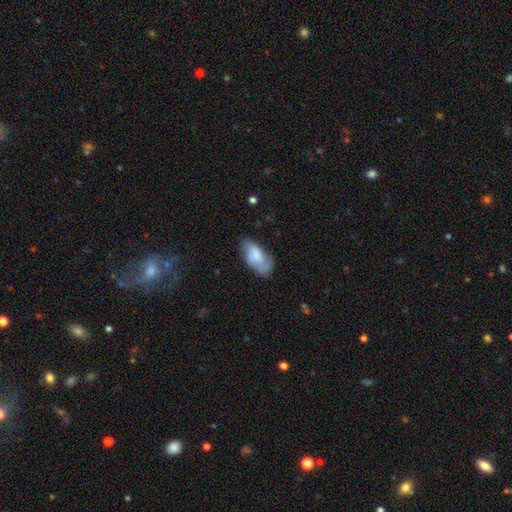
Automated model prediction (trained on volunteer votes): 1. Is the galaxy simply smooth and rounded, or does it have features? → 69% smooth, 24% featured or disk, 6% star or artifact.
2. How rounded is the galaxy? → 92% in between, 5% cigar-shaped, 3% round.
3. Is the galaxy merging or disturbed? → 58% none, 29% minor disturbance, 10% major disturbance, 3% merger.